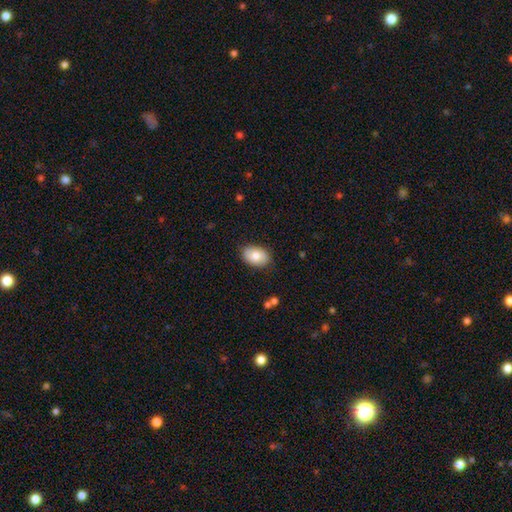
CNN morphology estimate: Smooth or featured?
  - smooth: 80% *
  - featured or disk: 14%
  - star or artifact: 7%
How rounded?
  - in between: 85% *
  - round: 14%
  - cigar-shaped: 1%
Merging?
  - none: 85% *
  - minor disturbance: 12%
  - major disturbance: 2%
  - merger: 1%